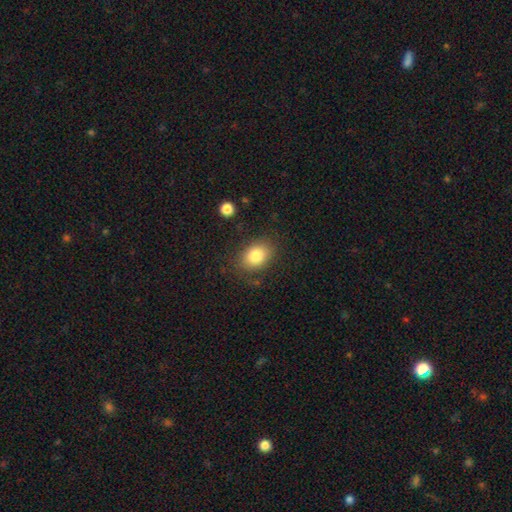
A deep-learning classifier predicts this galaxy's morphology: Q: Smooth or featured?
A: smooth (83%); runner-up: star or artifact (9%)
Q: How rounded?
A: in between (72%); runner-up: round (27%)
Q: Merging?
A: none (80%); runner-up: minor disturbance (13%)